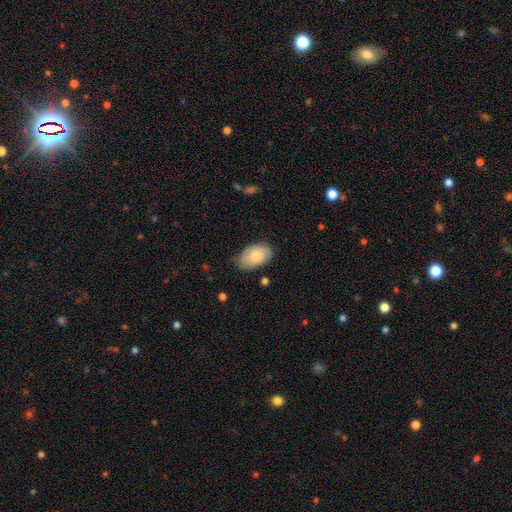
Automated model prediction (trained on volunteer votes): A smooth galaxy with no disk features (80%) that is in between round and cigar-shaped (93%). Merging: none (71%).